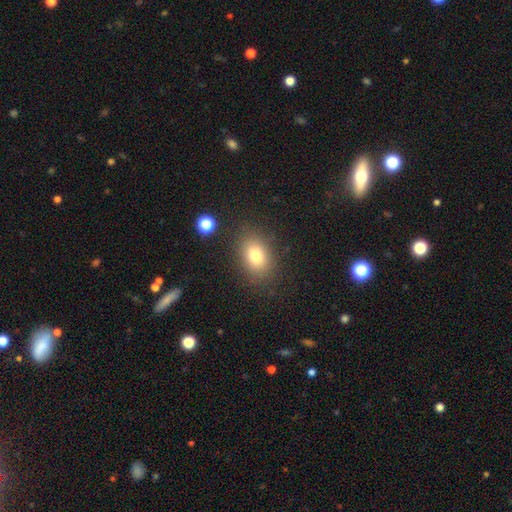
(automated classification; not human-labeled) Overall: smooth (77%). How rounded: in between (70%). Merging: none (84%).